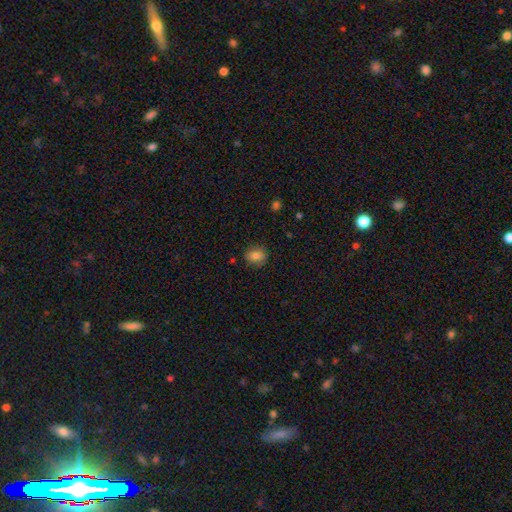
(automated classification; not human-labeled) A smooth galaxy with no disk features (82%) that is round (62%).

Vote fractions:
- Smooth or featured? smooth: 82% / star or artifact: 10% / featured or disk: 8%
- How rounded? round: 62% / in between: 37% / cigar-shaped: 1%
- Merging? none: 85% / minor disturbance: 11% / major disturbance: 3% / merger: 1%